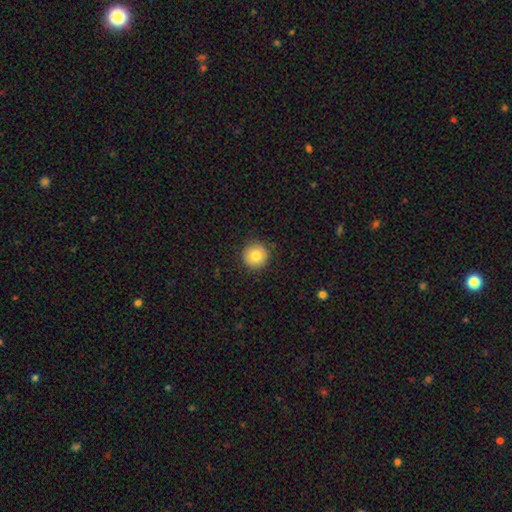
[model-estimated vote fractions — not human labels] Smooth or featured? Predicted: smooth (p=0.81). How rounded? Predicted: round (p=0.95). Merging? Predicted: none (p=0.89).